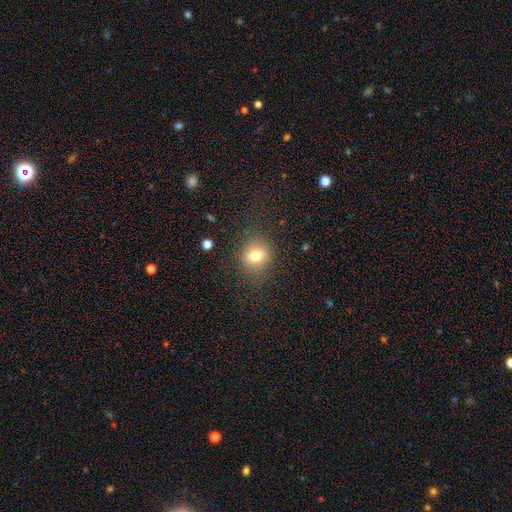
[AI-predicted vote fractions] A smooth galaxy with no disk features (76%) that is round (74%). Merging: none (81%).